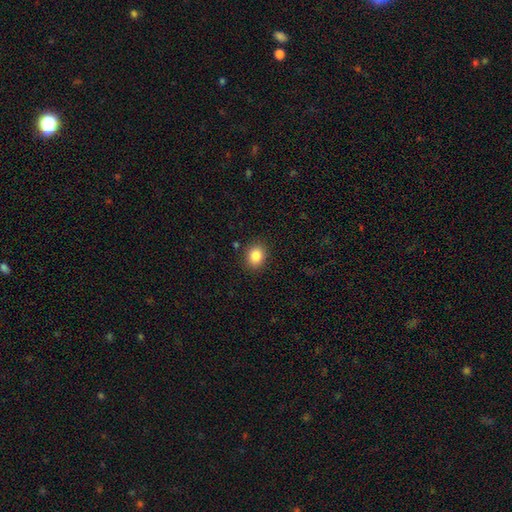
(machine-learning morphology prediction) smooth 85%, star or artifact 10%, featured or disk 5%. Down the decision tree: how rounded — round (61%); merging — none (88%).